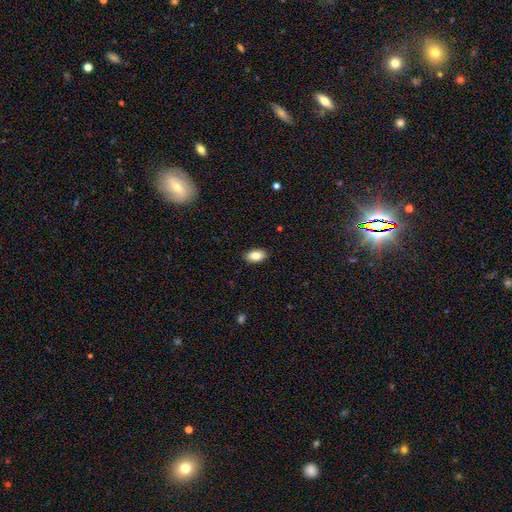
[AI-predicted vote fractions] The model was most divided on "smooth or featured": smooth: 85%, featured or disk: 8%, star or artifact: 8%. More confident: how rounded — in between (91%); merging — none (89%).